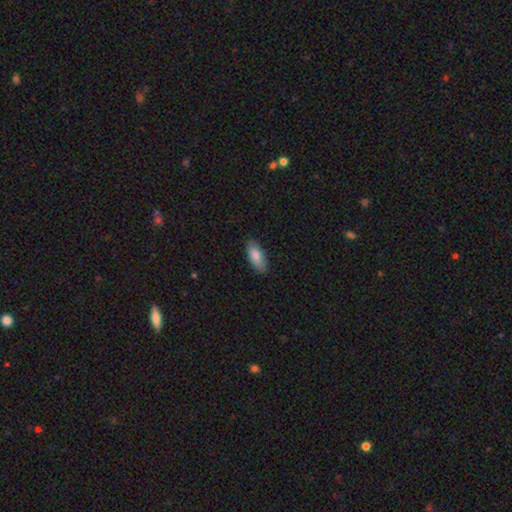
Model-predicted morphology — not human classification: A smooth galaxy with no disk features (85%) that is in between round and cigar-shaped (81%). Merging: none (86%).